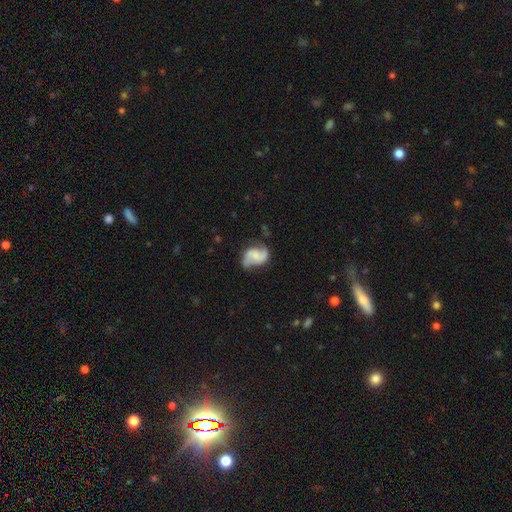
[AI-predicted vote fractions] Smooth or featured: featured or disk — 73% (smooth — 21%)
Edge-on disk: no — 98% (yes — 2%)
Bar: no — 56% (weak — 35%)
Spiral arms: yes — 92% (no — 8%)
Spiral winding: medium — 43% (tied with loose — 43%)
Spiral arm count: 2 — 88% (can't tell — 5%)
Bulge size: small — 43% (moderate — 28%)
Merging: none — 59% (minor disturbance — 25%)